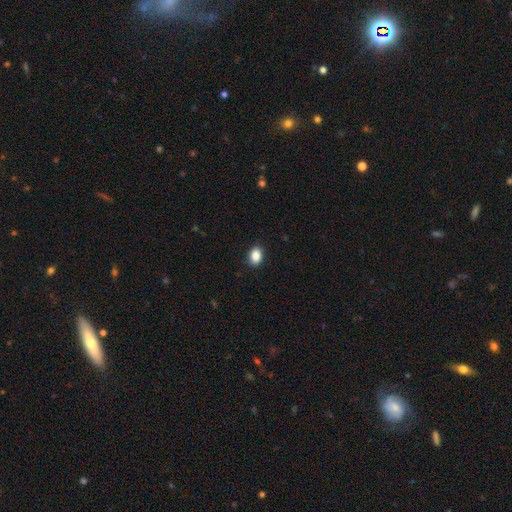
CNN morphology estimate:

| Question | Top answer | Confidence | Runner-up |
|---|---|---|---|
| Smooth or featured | smooth | 88% | star or artifact (8%) |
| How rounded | in between | 77% | round (22%) |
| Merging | none | 89% | minor disturbance (8%) |